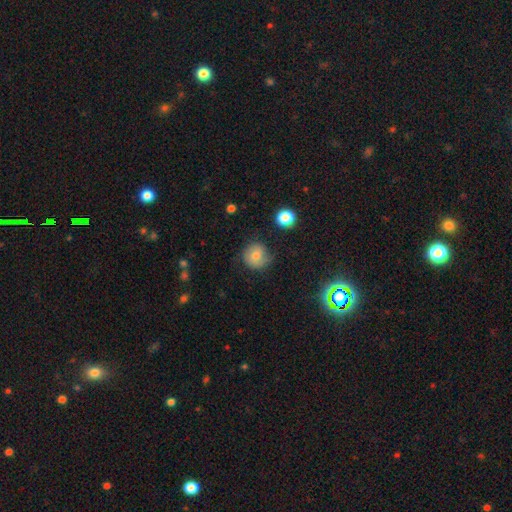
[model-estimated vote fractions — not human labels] This is likely a smooth galaxy (62%). How rounded: clearly round (87%). Merging: likely none (65%).